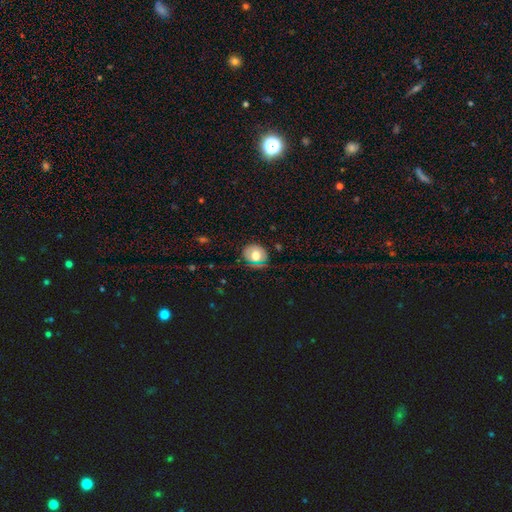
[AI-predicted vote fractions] Smooth or featured?
  - smooth: 64% *
  - featured or disk: 26%
  - star or artifact: 11%
How rounded?
  - round: 64% *
  - in between: 35%
  - cigar-shaped: 1%
Merging?
  - none: 73% *
  - minor disturbance: 19%
  - major disturbance: 6%
  - merger: 2%